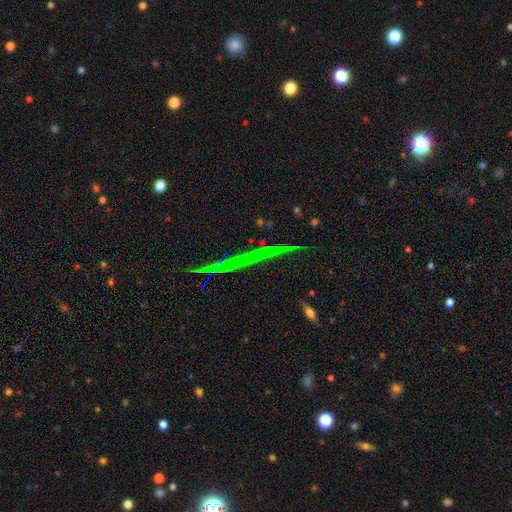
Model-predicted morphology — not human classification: type=featured or disk (45%); merging=none (85%).